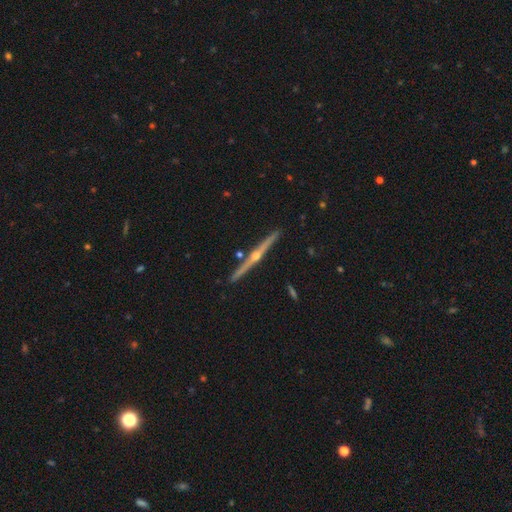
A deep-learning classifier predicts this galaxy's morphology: featured or disk 87%, smooth 8%, star or artifact 5%. Down the decision tree: edge-on disk — yes (99%); edge-on bulge — rounded (93%); merging — none (91%).